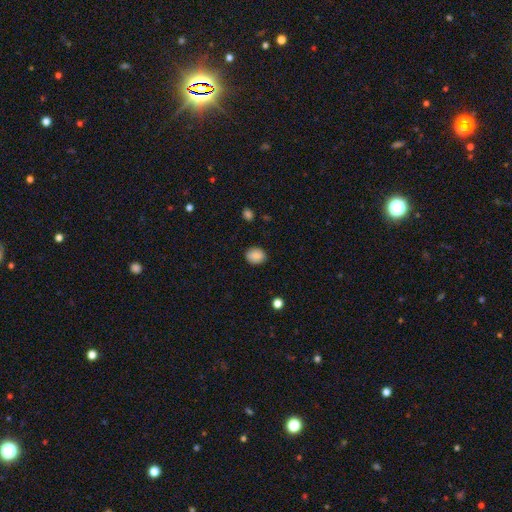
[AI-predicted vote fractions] Overall: smooth (87%). How rounded: round (53%; in between 46%). Merging: none (87%).